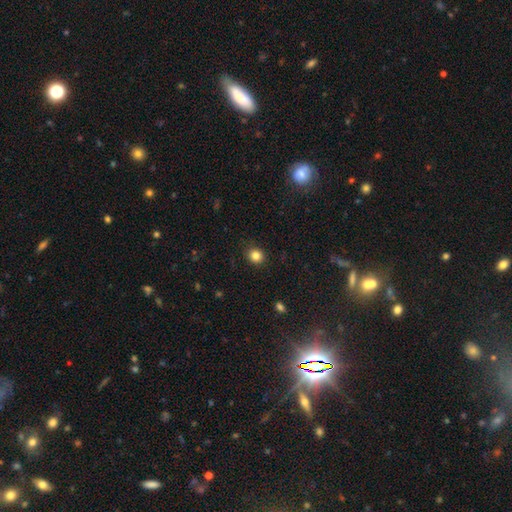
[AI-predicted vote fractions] A smooth galaxy with no disk features (84%) that is round (83%). Merging: none (89%).